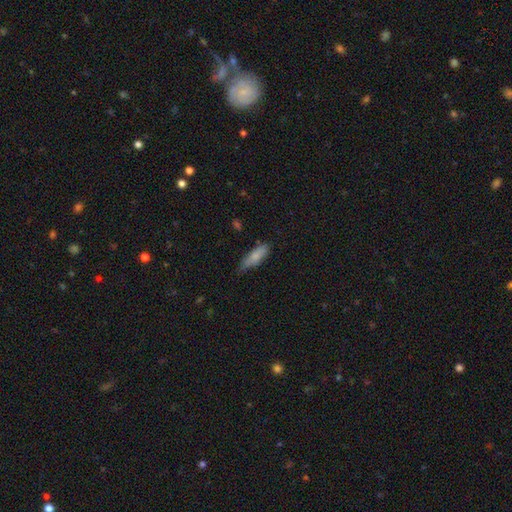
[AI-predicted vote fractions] Morphology: type=smooth (79%); roundness=in between (52%); merging=none (55%).